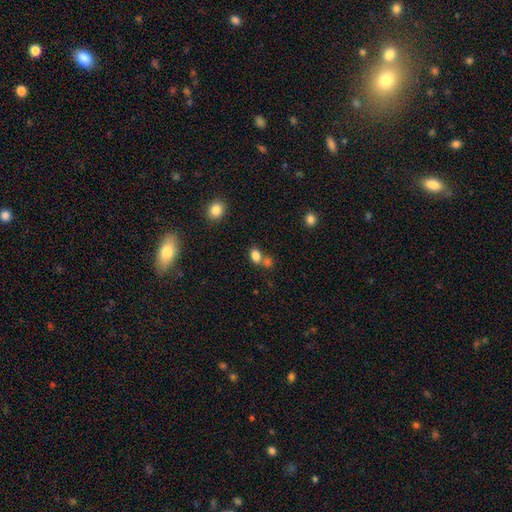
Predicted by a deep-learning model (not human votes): smooth 81%, star or artifact 11%, featured or disk 7%. Down the decision tree: how rounded — in between (71%); merging — none (44%).